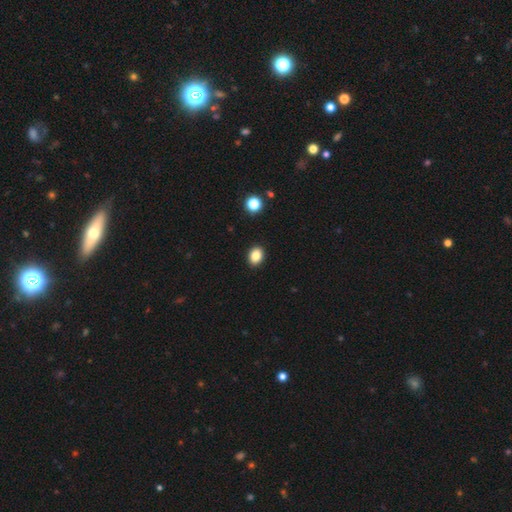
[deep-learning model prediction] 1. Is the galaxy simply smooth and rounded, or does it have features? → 85% smooth, 10% star or artifact, 5% featured or disk.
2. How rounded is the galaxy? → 62% in between, 37% round, 1% cigar-shaped.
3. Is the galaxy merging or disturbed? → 90% none, 7% minor disturbance, 2% major disturbance, 1% merger.